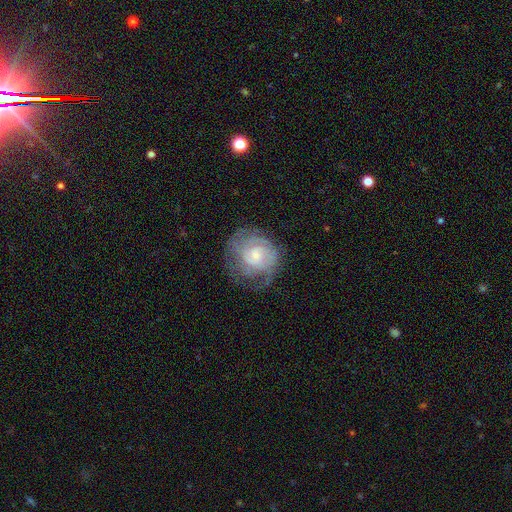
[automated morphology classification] This is likely a featured or disk galaxy (72%). It is clearly not viewed edge-on (98%). Bar: likely no (63%). Spiral arm pattern: clearly yes (88%). Spiral arm count: marginally can't tell (43%). Spiral winding: likely tight (61%). Central bulge: possibly small (52%). Merging: likely none (62%).